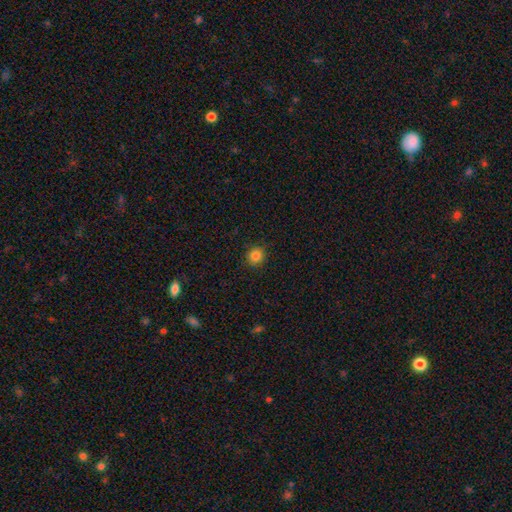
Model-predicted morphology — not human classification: Smooth or featured: smooth — 83% (star or artifact — 12%)
How rounded: round — 90% (in between — 9%)
Merging: none — 91% (minor disturbance — 7%)